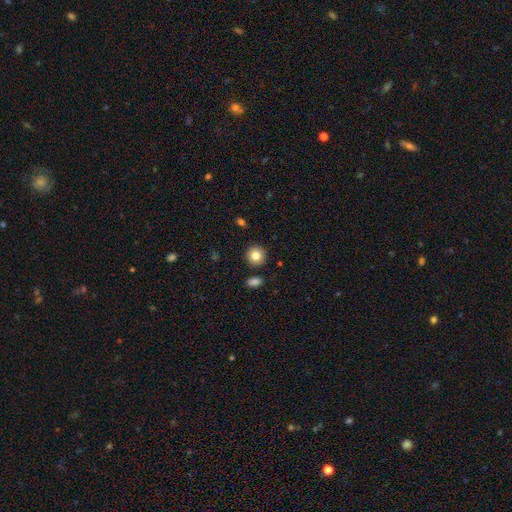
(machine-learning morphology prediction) Smooth or featured? smooth (84%)
How rounded? round (92%)
Merging? none (89%)